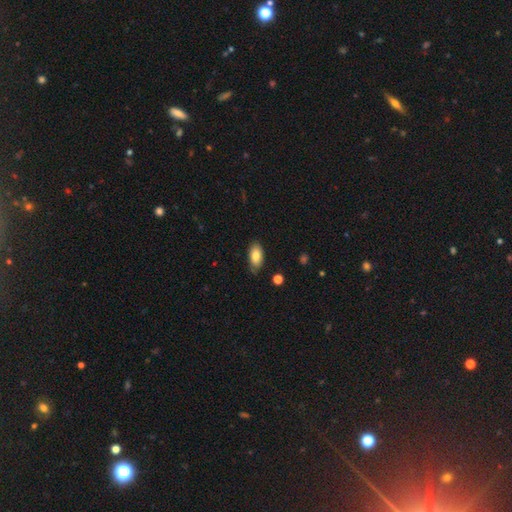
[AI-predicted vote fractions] smooth 81%, featured or disk 12%, star or artifact 7%. Down the decision tree: how rounded — in between (92%); merging — none (77%).